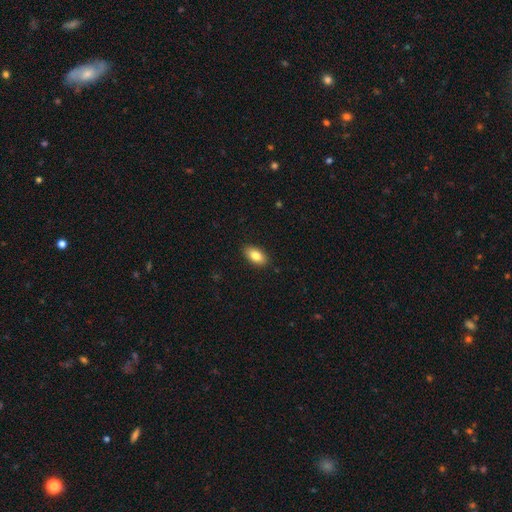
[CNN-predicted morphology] Smooth or featured? Predicted: smooth (p=0.85). How rounded? Predicted: in between (p=0.93). Merging? Predicted: none (p=0.89).